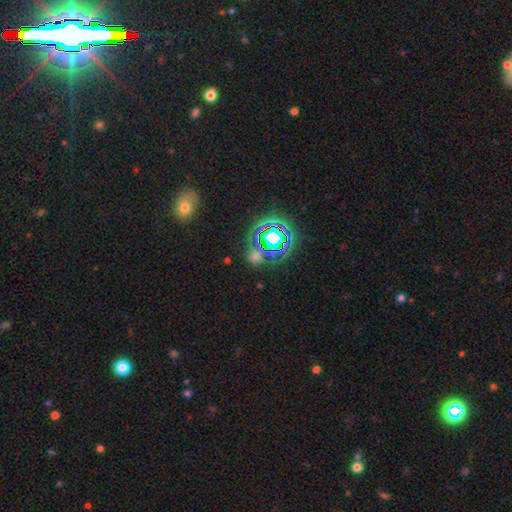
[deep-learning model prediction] A star or artifact, not a galaxy (56%).

Vote fractions:
- Smooth or featured? star or artifact: 56% / smooth: 36% / featured or disk: 8%